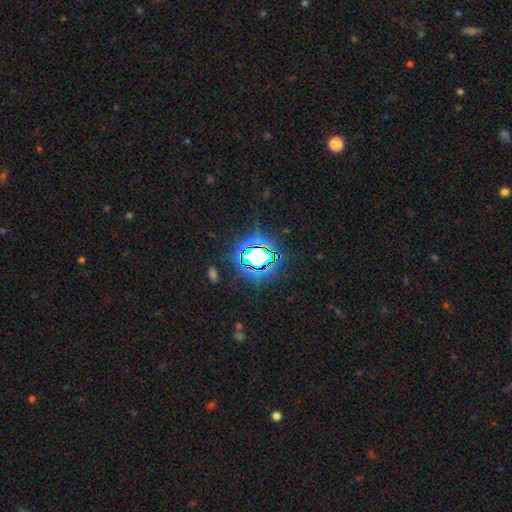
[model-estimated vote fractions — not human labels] Morphology: type=star or artifact (70%).